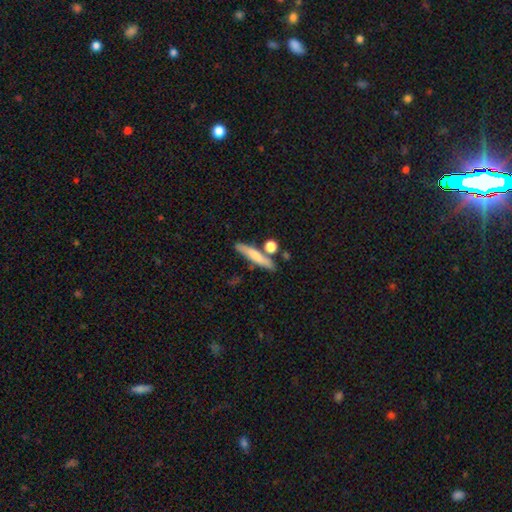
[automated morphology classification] Smooth or featured? Predicted: smooth (p=0.67). How rounded? Predicted: cigar-shaped (p=0.83). Merging? Predicted: none (p=0.73).